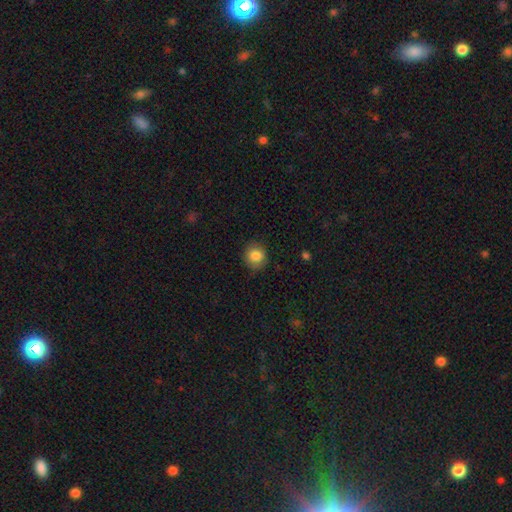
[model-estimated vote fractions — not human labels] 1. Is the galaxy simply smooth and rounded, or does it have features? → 84% smooth, 9% star or artifact, 6% featured or disk.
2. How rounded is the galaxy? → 82% round, 17% in between, 1% cigar-shaped.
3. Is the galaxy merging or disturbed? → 84% none, 12% minor disturbance, 3% major disturbance, 1% merger.